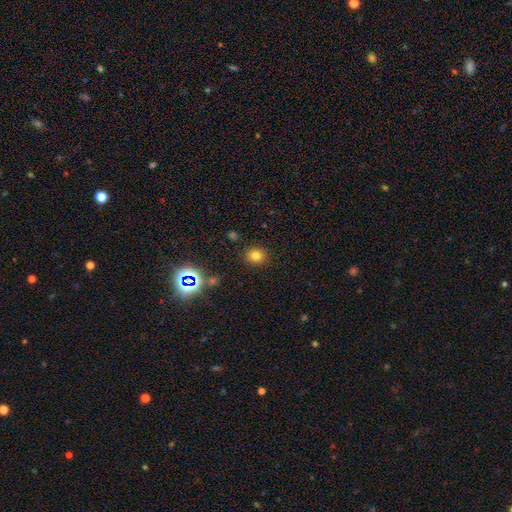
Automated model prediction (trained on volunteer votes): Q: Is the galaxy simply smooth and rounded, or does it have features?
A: smooth — 77%.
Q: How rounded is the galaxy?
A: round — 78%.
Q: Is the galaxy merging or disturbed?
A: none — 88%.